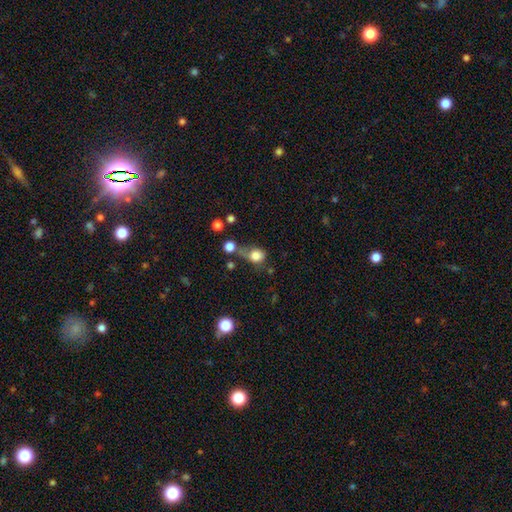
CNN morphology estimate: type=smooth (79%); roundness=round (65%); merging=none (36%).